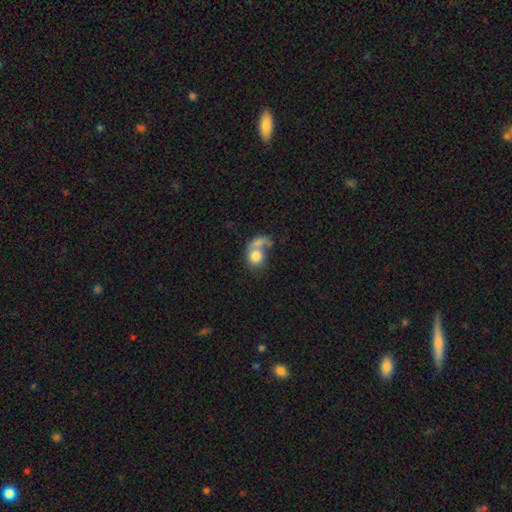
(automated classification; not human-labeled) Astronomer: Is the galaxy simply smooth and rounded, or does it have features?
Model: smooth — 74%.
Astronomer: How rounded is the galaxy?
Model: round — 58% (runner-up: in between, 41%).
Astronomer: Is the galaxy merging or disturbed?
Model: merger — 56%.